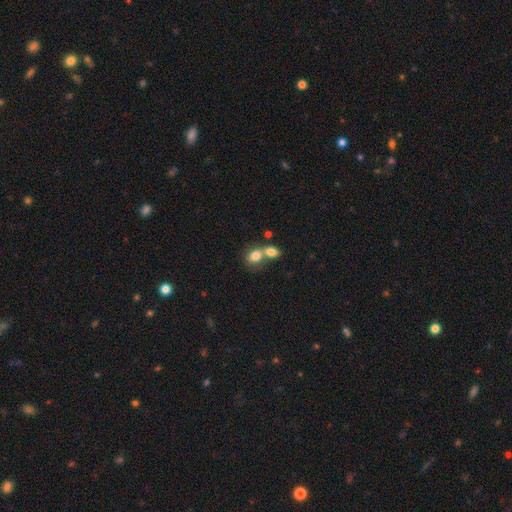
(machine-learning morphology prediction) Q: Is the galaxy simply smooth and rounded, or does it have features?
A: smooth — 79%.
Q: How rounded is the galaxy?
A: in between — 56%.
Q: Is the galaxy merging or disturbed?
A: merger — 66%.